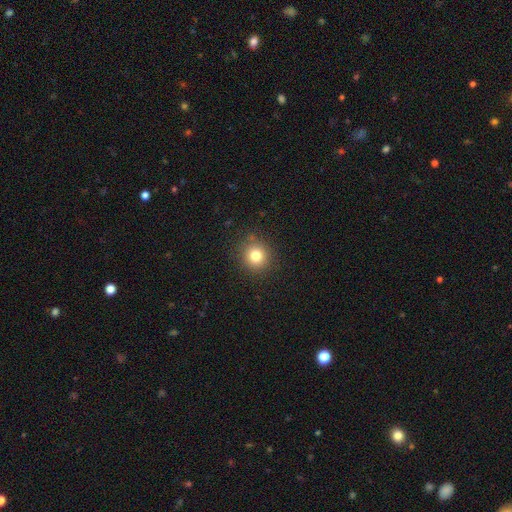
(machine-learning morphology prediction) Smooth or featured?
  - smooth: 80% *
  - star or artifact: 13%
  - featured or disk: 8%
How rounded?
  - round: 91% *
  - in between: 8%
  - cigar-shaped: 1%
Merging?
  - none: 89% *
  - minor disturbance: 7%
  - major disturbance: 3%
  - merger: 1%